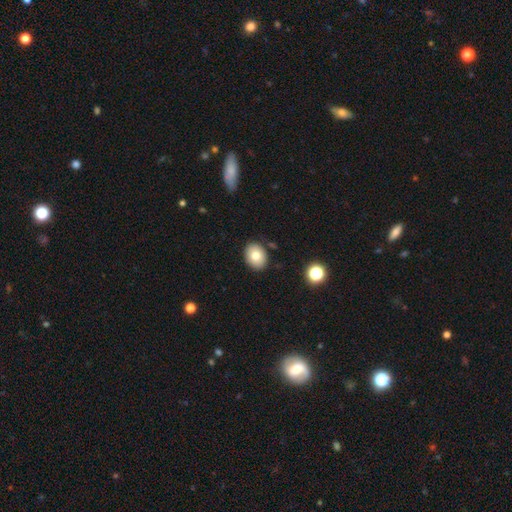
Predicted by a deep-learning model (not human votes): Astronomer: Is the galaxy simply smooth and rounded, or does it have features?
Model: smooth — 78%.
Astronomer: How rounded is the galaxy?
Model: in between — 62% (runner-up: round, 38%).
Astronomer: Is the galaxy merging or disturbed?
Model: none — 86%.